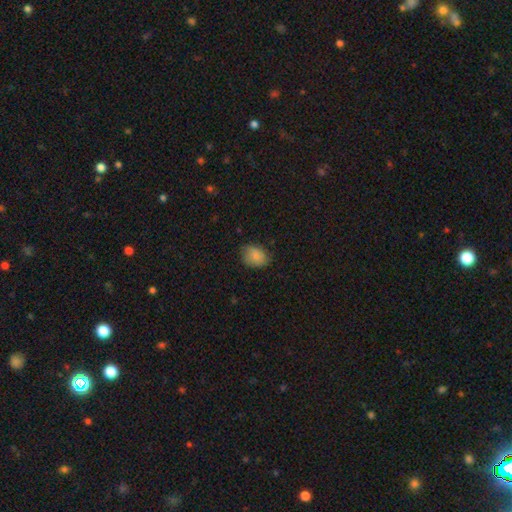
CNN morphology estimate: Overall: smooth (84%). How rounded: in between (65%; round 34%). Merging: none (71%).